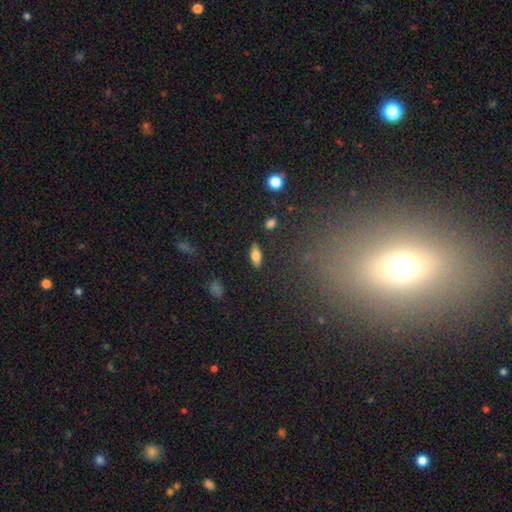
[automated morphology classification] A smooth galaxy with no disk features (68%) that is in between round and cigar-shaped (73%). Merging: none (87%).